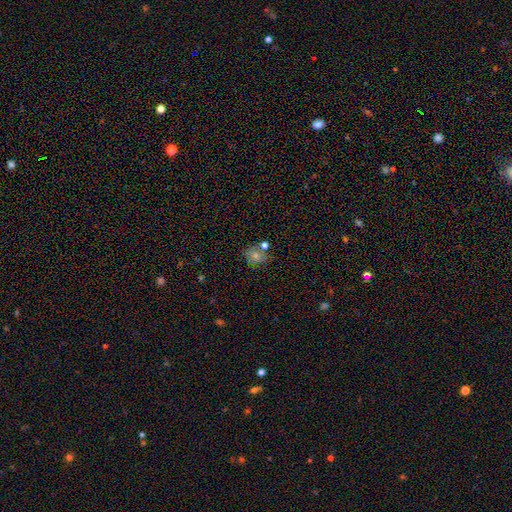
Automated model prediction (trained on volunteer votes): The model was most divided on "smooth or featured": smooth: 48%, star or artifact: 27%, featured or disk: 25%. More confident: merging — none (68%).